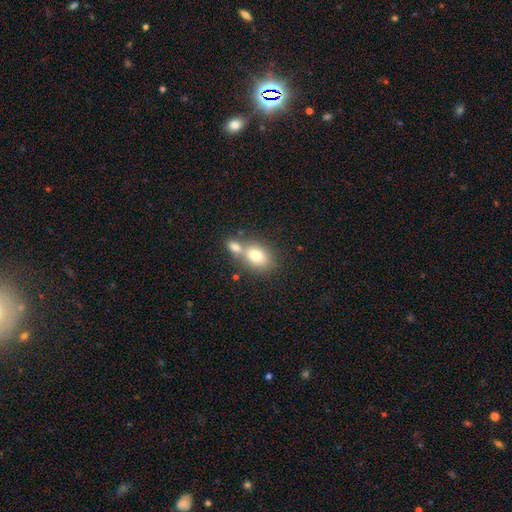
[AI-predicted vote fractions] A smooth galaxy with no disk features (76%) that is in between round and cigar-shaped (67%).

Vote fractions:
- Smooth or featured? smooth: 76% / featured or disk: 15% / star or artifact: 9%
- How rounded? in between: 67% / round: 32% / cigar-shaped: 1%
- Merging? merger: 46% / none: 40% / minor disturbance: 10% / major disturbance: 4%